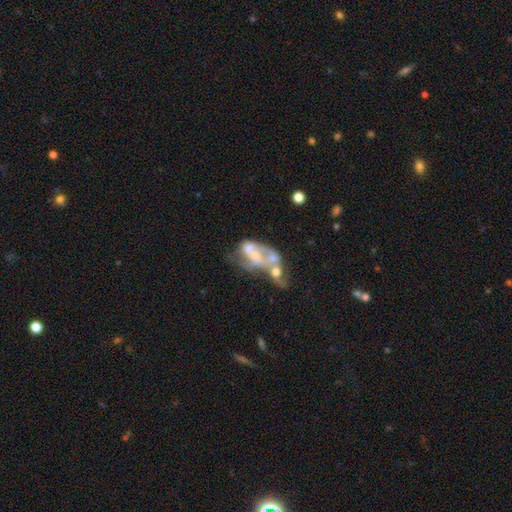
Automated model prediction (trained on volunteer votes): Q: Smooth or featured?
A: featured or disk (63%); runner-up: smooth (26%)
Q: Edge-on disk?
A: no (96%); runner-up: yes (4%)
Q: Bar?
A: no (80%); runner-up: weak (14%)
Q: Spiral arms?
A: no (77%); runner-up: yes (23%)
Q: Bulge size?
A: none (39%); runner-up: moderate (28%)
Q: Merging?
A: merger (60%); runner-up: major disturbance (20%)